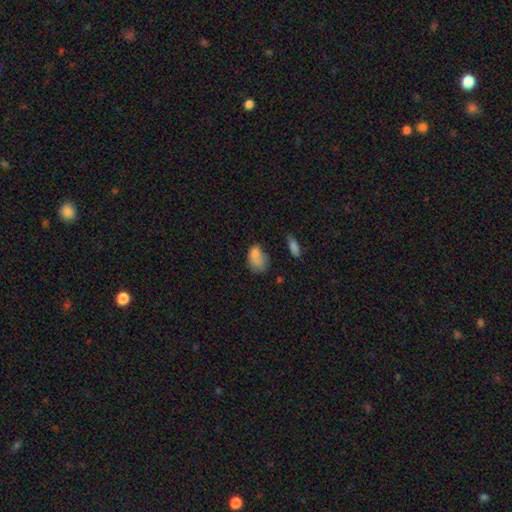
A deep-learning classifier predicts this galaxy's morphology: This appears to be a smooth galaxy with no disk features (76%) that is in between round and cigar-shaped (76%). Merging: none (34%).